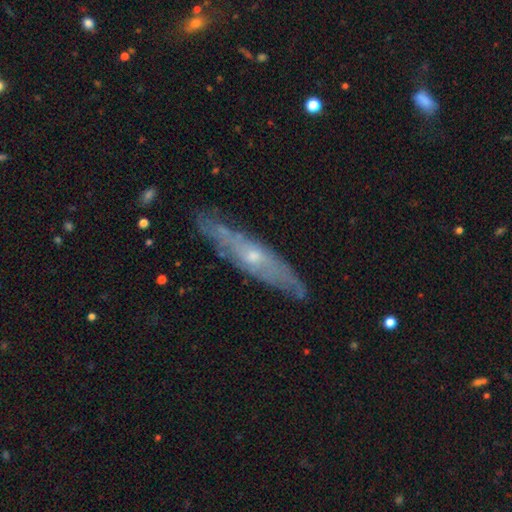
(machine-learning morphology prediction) This appears to be a featured or disk galaxy (71%) viewed edge-on (63%). Merging: none (81%).